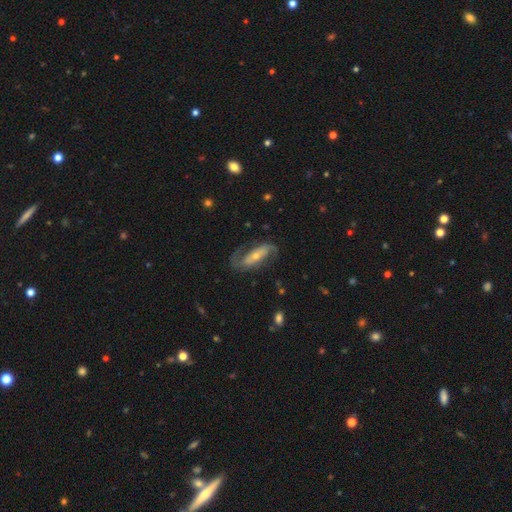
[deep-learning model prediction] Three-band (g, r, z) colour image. It shows a featured or disk galaxy (83%) with a strong bar (42%), 2 (87%) medium (46%) spiral arms (94%) and a small central bulge (59%). Merging: none (70%).